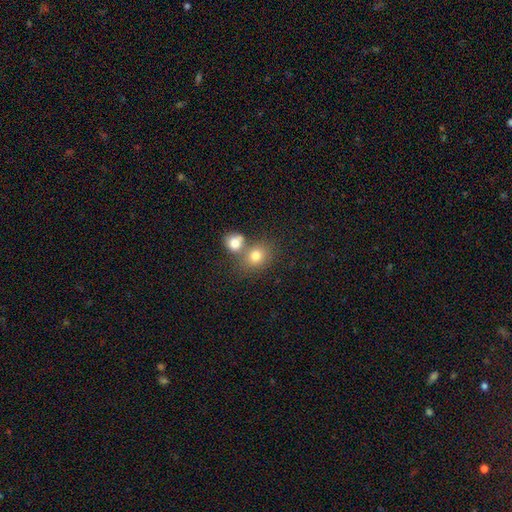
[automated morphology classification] smooth-or-featured: smooth: 78% | star or artifact: 12% | featured or disk: 10%
  how-rounded: round: 67% | in between: 32% | cigar-shaped: 1%
  merging: none: 47% | merger: 40% | minor disturbance: 9% | major disturbance: 3%